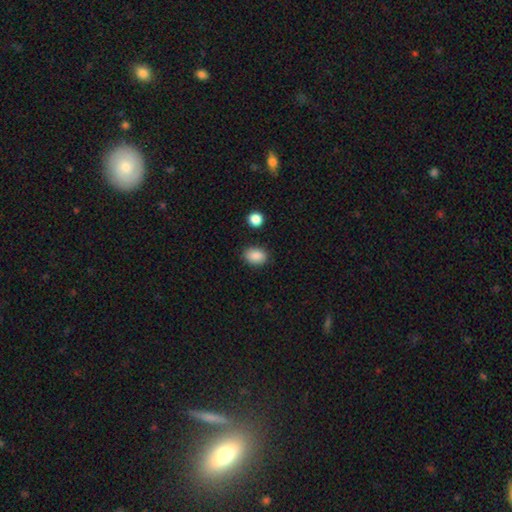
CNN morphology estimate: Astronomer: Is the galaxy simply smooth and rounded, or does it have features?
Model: smooth — 88%.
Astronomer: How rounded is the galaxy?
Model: in between — 76%.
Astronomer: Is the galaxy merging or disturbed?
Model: none — 84%.